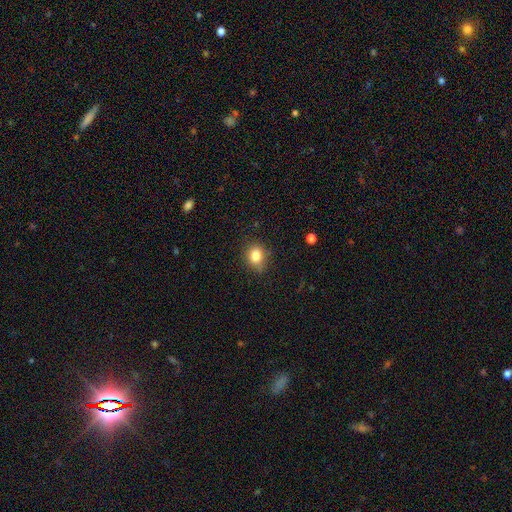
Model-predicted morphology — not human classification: Smooth or featured: smooth — 82% (star or artifact — 11%)
How rounded: round — 63% (in between — 35%)
Merging: none — 80% (minor disturbance — 16%)